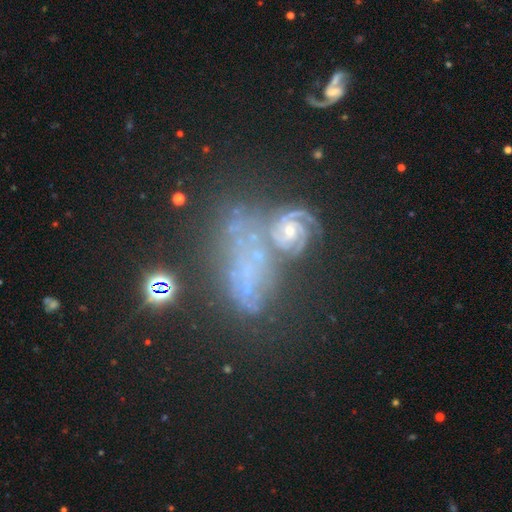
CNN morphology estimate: featured or disk 39%, star or artifact 34%, smooth 27%. Down the decision tree: merging — merger (36%).